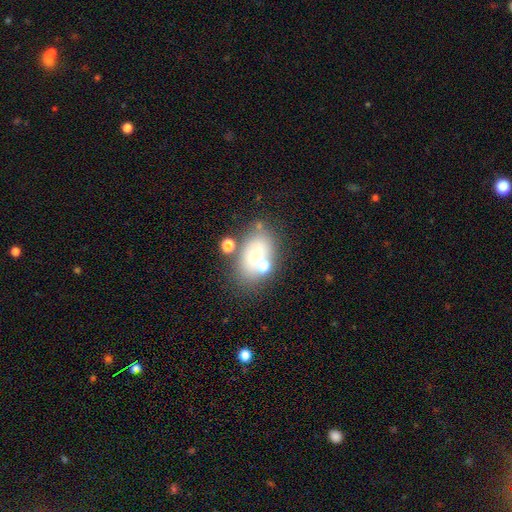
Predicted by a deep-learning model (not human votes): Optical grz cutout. It shows a smooth galaxy with no disk features (49%). Merging: none (54%).